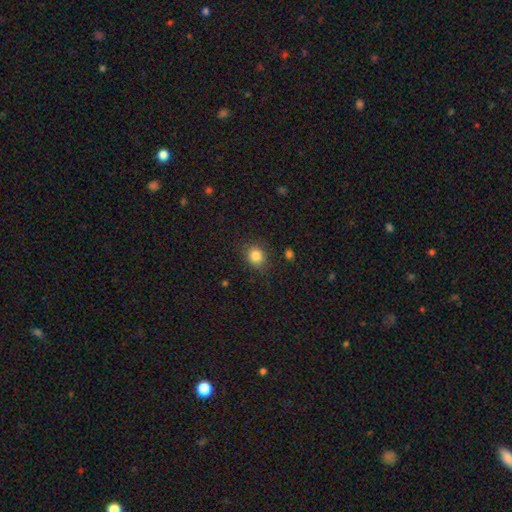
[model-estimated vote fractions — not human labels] The model was most divided on "how rounded": round: 74%, in between: 25%, cigar-shaped: 1%. More confident: smooth or featured — smooth (84%); merging — none (83%).